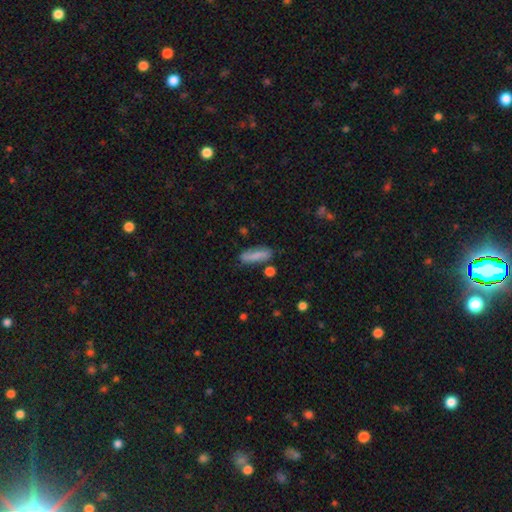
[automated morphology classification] A smooth galaxy with no disk features (71%) that is in between round and cigar-shaped (50%). Merging: none (70%).